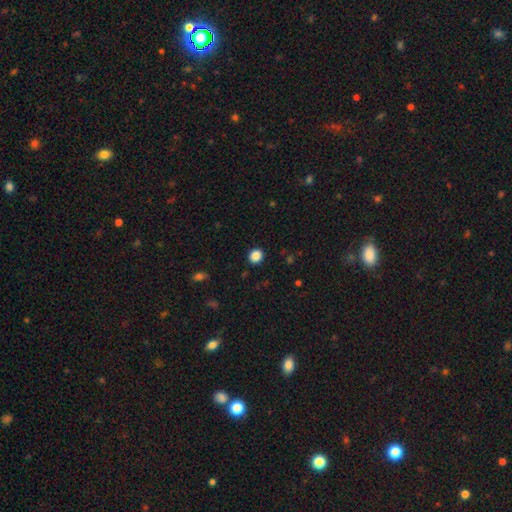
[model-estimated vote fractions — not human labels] This is clearly a smooth galaxy (87%). How rounded: clearly round (80%). Merging: clearly none (91%).